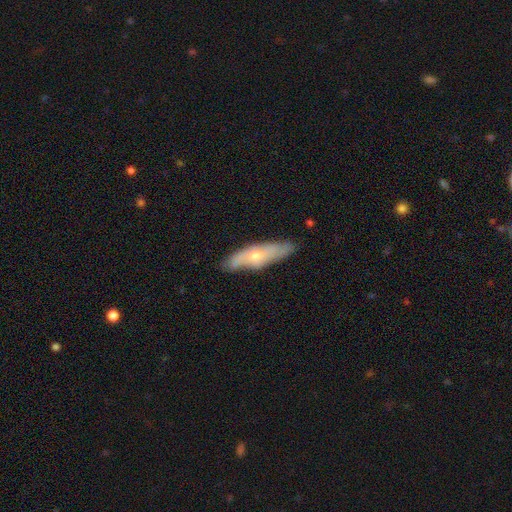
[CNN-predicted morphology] type=featured or disk (52%); edge-on=no (51%); merging=none (80%).